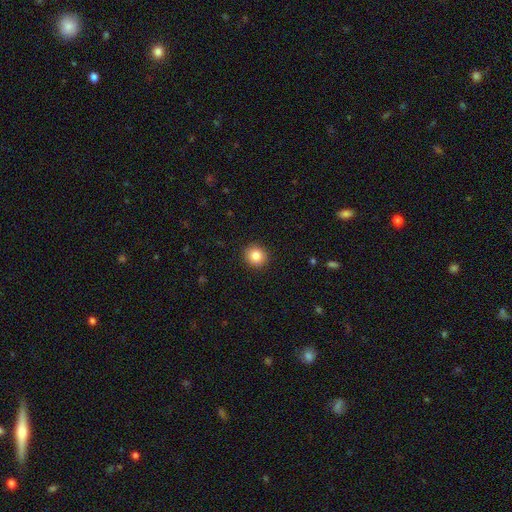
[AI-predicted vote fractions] A smooth galaxy with no disk features (84%) that is round (91%).

Vote fractions:
- Smooth or featured? smooth: 84% / star or artifact: 10% / featured or disk: 6%
- How rounded? round: 91% / in between: 8% / cigar-shaped: 1%
- Merging? none: 92% / minor disturbance: 5% / major disturbance: 2% / merger: 1%